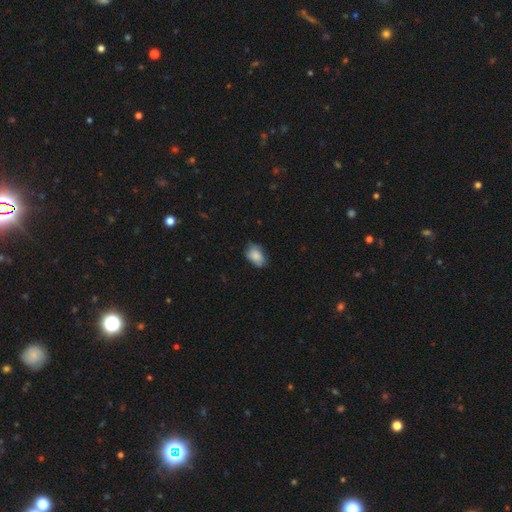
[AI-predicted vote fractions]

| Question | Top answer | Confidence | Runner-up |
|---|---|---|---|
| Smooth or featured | smooth | 84% | featured or disk (8%) |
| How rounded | in between | 87% | round (12%) |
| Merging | none | 67% | minor disturbance (26%) |